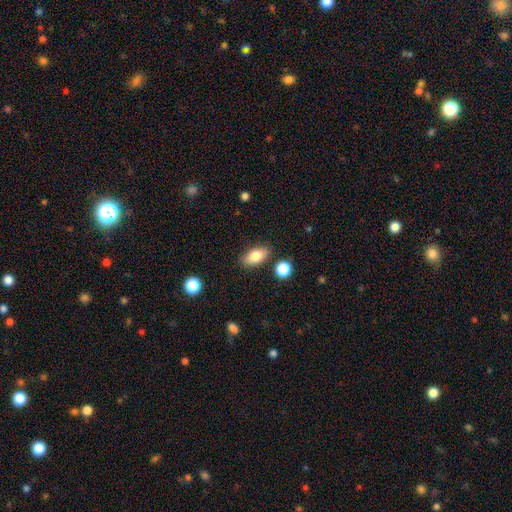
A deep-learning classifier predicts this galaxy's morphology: Overall: smooth (78%). How rounded: in between (86%). Merging: none (84%).